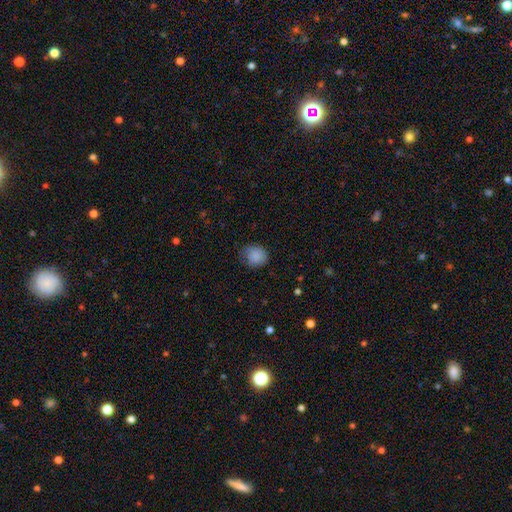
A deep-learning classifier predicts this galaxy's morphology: Smooth or featured? Predicted: smooth (p=0.87). How rounded? Predicted: round (p=0.77). Merging? Predicted: none (p=0.69).